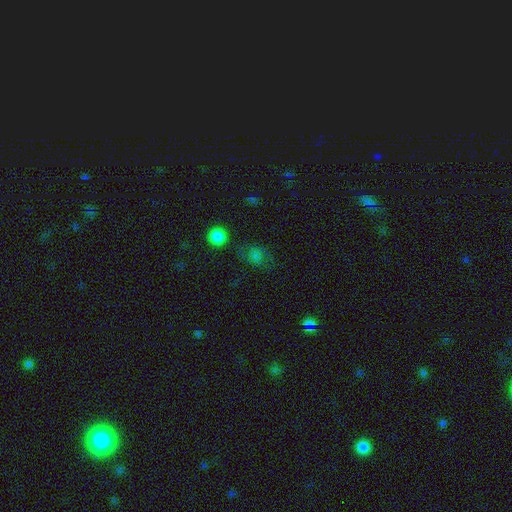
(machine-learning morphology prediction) This is likely a smooth galaxy (63%). How rounded: possibly round (51%). Merging: likely none (63%).